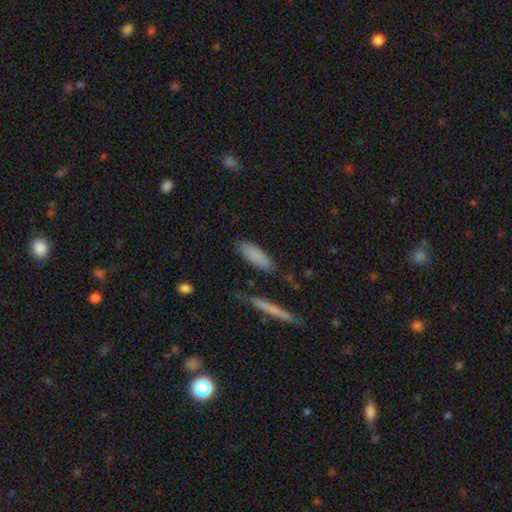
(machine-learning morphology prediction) smooth_or_featured: smooth (p=0.85) [alt: featured or disk p=0.08]
how_rounded: in between (p=0.62) [alt: cigar-shaped p=0.36]
merging: none (p=0.80) [alt: minor disturbance p=0.14]